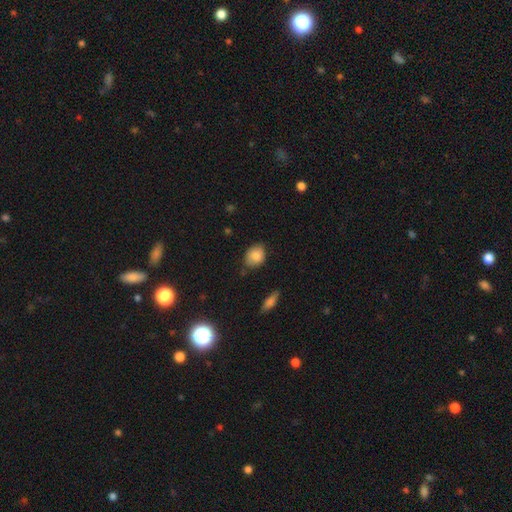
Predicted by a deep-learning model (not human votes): Q: Smooth or featured?
A: smooth (84%); runner-up: featured or disk (8%)
Q: How rounded?
A: in between (56%); runner-up: round (43%)
Q: Merging?
A: none (71%); runner-up: minor disturbance (23%)